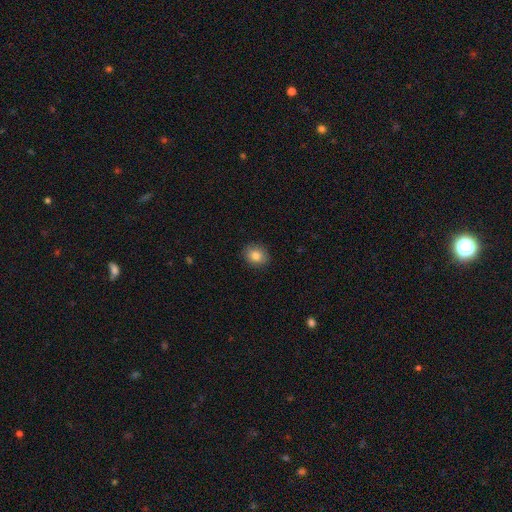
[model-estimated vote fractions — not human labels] Smooth or featured: smooth — 82% (star or artifact — 10%)
How rounded: round — 64% (in between — 35%)
Merging: none — 89% (minor disturbance — 8%)